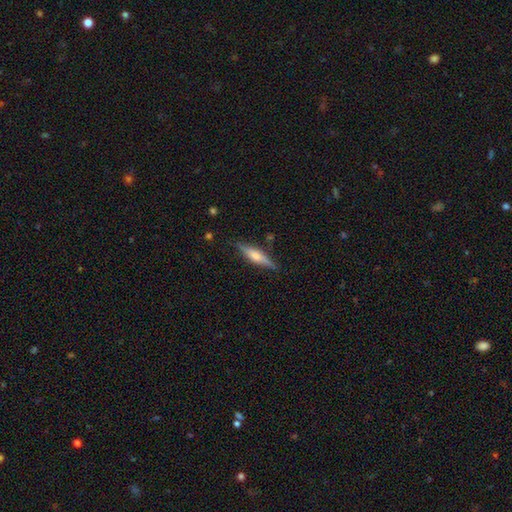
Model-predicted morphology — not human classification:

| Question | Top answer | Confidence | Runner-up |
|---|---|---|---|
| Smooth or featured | featured or disk | 61% | smooth (33%) |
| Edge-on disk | yes | 96% | no (4%) |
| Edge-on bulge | rounded | 80% | boxy (14%) |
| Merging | none | 84% | minor disturbance (12%) |